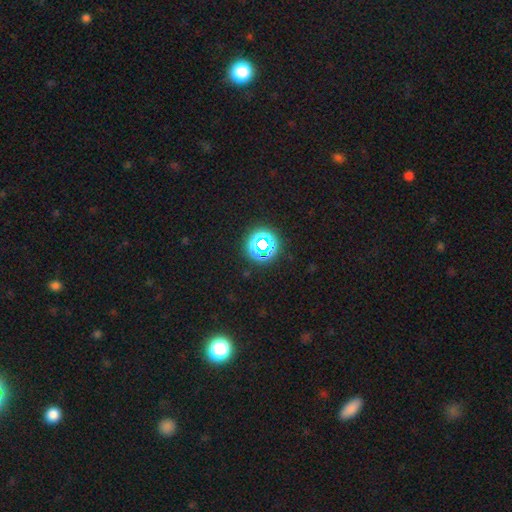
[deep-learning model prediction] Q: Smooth or featured?
A: star or artifact (64%); runner-up: smooth (30%)